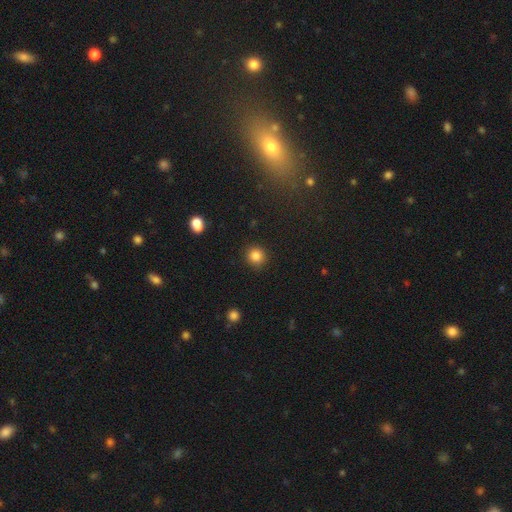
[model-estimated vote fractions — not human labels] Morphology: type=smooth (85%); roundness=round (91%); merging=none (90%).